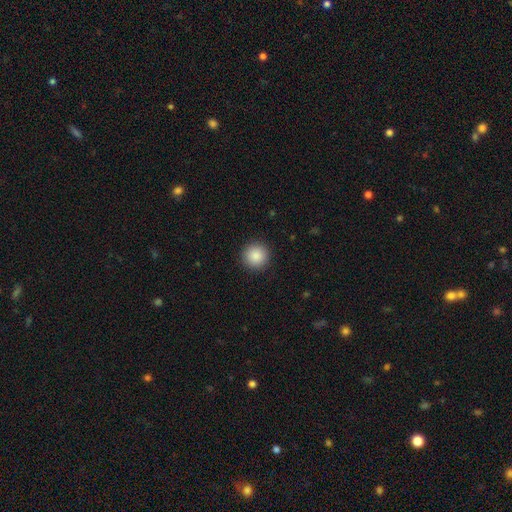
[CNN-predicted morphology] Q: Smooth or featured?
A: smooth (87%); runner-up: star or artifact (9%)
Q: How rounded?
A: round (95%); runner-up: in between (4%)
Q: Merging?
A: none (92%); runner-up: minor disturbance (5%)